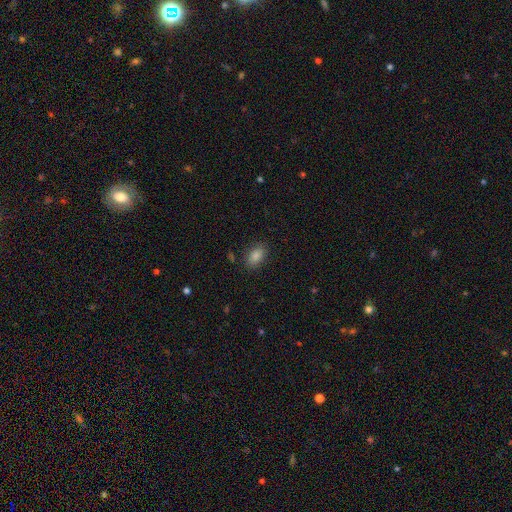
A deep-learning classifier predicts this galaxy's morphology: smooth-or-featured: smooth: 83% | star or artifact: 12% | featured or disk: 5%
  how-rounded: in between: 89% | round: 9% | cigar-shaped: 2%
  merging: none: 87% | minor disturbance: 9% | major disturbance: 3% | merger: 1%